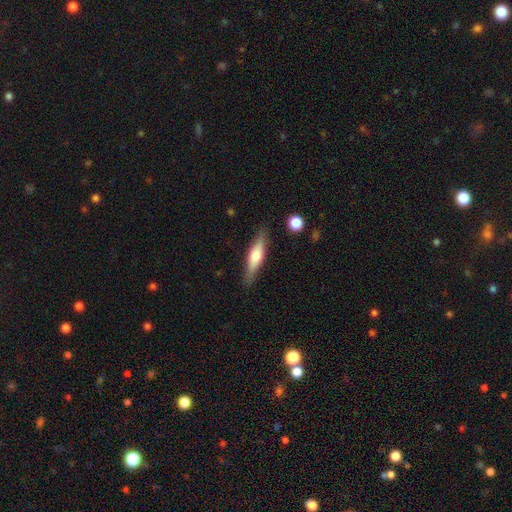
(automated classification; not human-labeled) This appears to be a smooth galaxy with no disk features (51%) that is cigar-shaped (67%). Merging: none (84%).